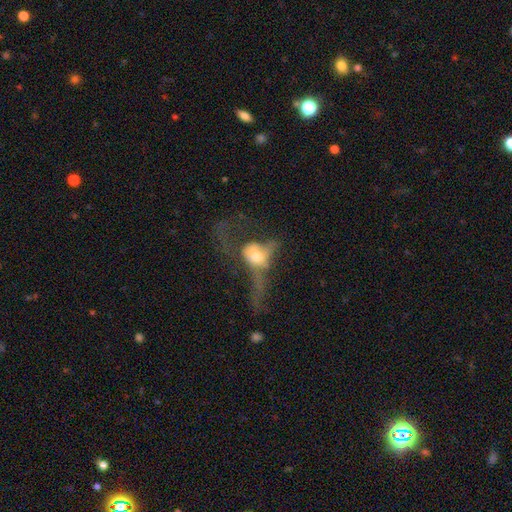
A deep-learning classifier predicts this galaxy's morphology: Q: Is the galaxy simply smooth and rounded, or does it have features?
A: featured or disk — 45%, tied with smooth.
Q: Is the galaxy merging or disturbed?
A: major disturbance — 63%.